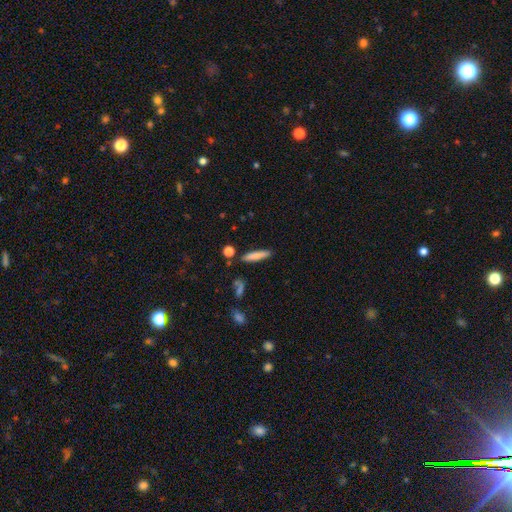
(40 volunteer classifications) A smooth galaxy with no disk features (88%) that is cigar-shaped (91%). Merging: none (92%).